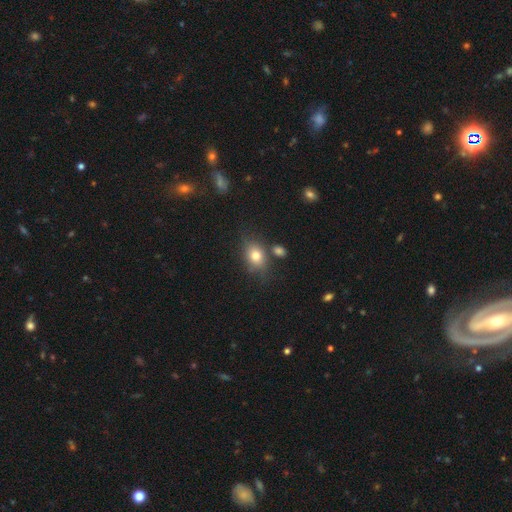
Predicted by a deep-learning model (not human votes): Smooth or featured? smooth (77%)
How rounded? in between (65%)
Merging? none (65%)